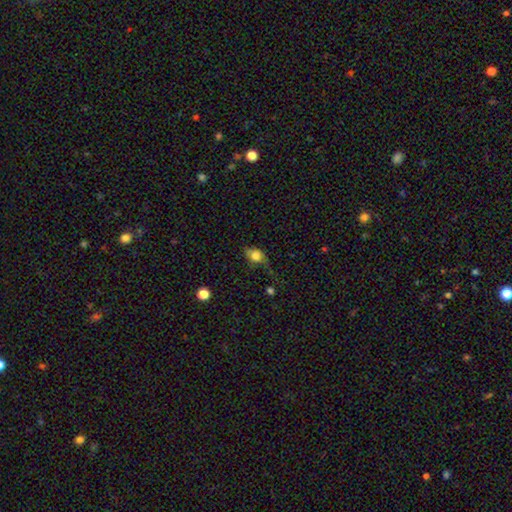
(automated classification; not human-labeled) A smooth galaxy with no disk features (75%) that is in between round and cigar-shaped (64%). Merging: none (42%).